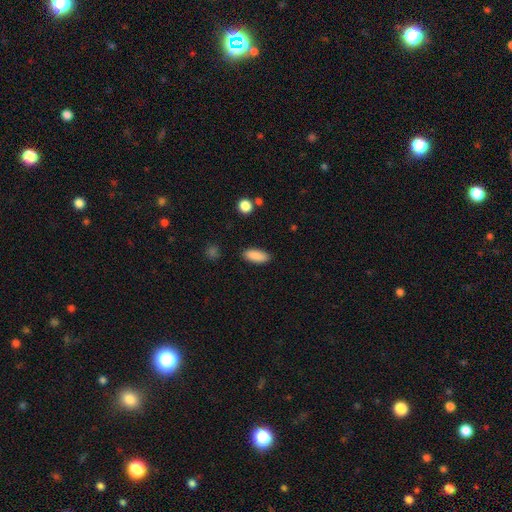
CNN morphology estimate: smooth_or_featured: smooth (p=0.89) [alt: star or artifact p=0.07]
how_rounded: in between (p=0.81) [alt: cigar-shaped p=0.17]
merging: none (p=0.88) [alt: minor disturbance p=0.08]